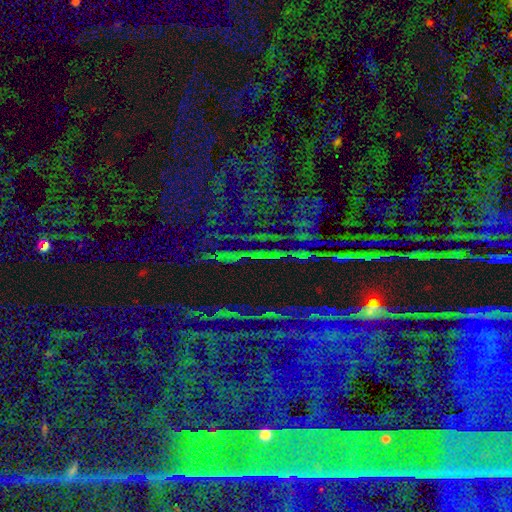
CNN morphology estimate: type=star or artifact (83%).